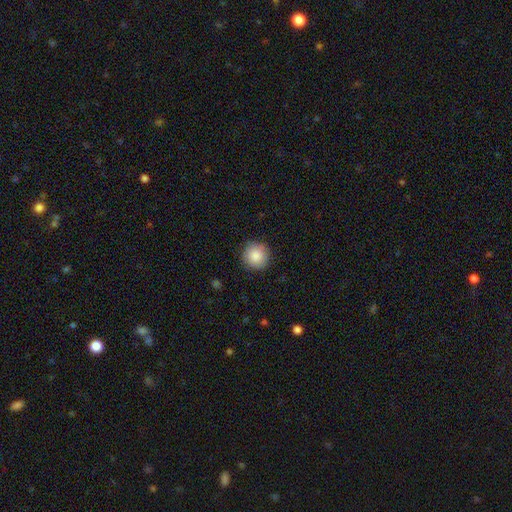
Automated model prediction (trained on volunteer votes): The model was most divided on "merging": none: 88%, minor disturbance: 9%, major disturbance: 2%, merger: 1%. More confident: how rounded — round (95%); smooth or featured — smooth (87%).